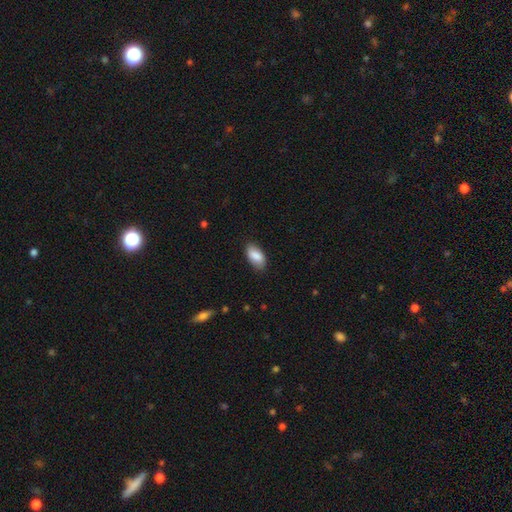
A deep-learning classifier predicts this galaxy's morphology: smooth_or_featured: smooth (p=0.85) [alt: featured or disk p=0.08]
how_rounded: in between (p=0.93) [alt: cigar-shaped p=0.04]
merging: none (p=0.80) [alt: minor disturbance p=0.16]